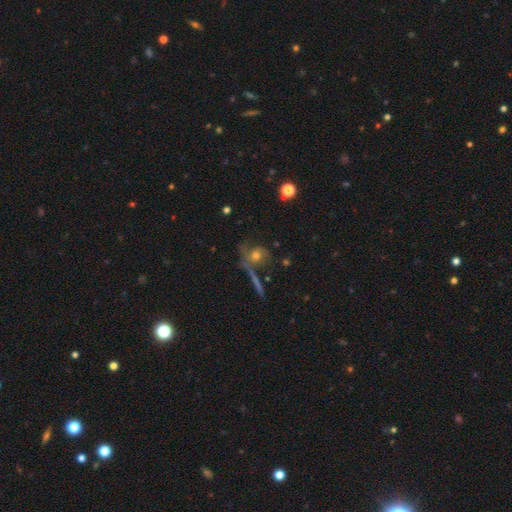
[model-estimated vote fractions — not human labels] This is possibly a featured or disk galaxy (58%). It is clearly not viewed edge-on (90%). Bar: likely no (79%). Spiral arm pattern: likely yes (74%). Central bulge: likely moderate (62%). Merging: possibly none (52%).